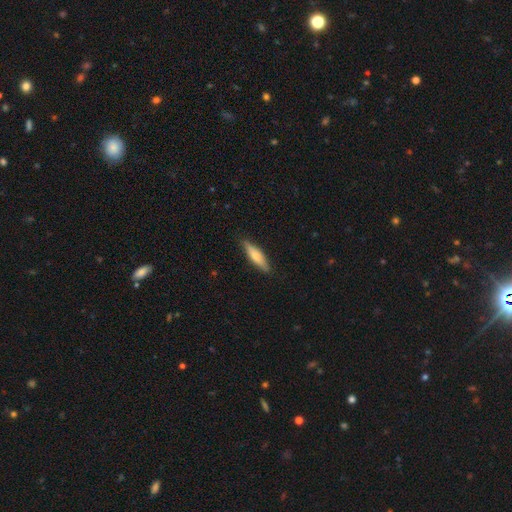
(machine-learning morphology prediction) Q: Smooth or featured?
A: smooth (68%); runner-up: featured or disk (26%)
Q: How rounded?
A: cigar-shaped (69%); runner-up: in between (29%)
Q: Merging?
A: none (86%); runner-up: minor disturbance (11%)